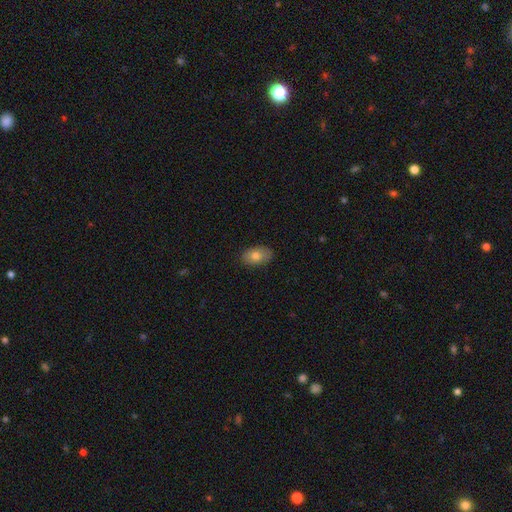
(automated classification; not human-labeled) Overall: smooth (79%). How rounded: in between (90%). Merging: none (83%).